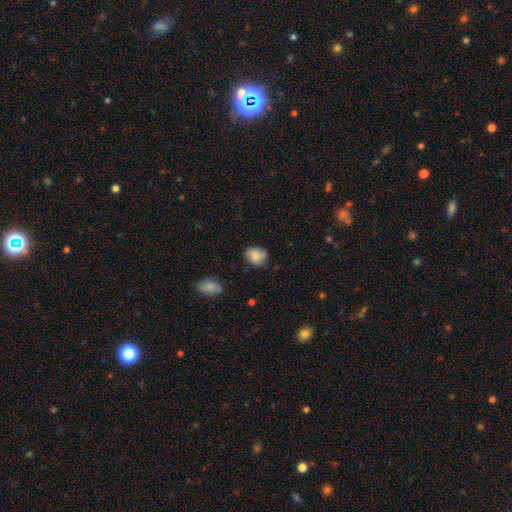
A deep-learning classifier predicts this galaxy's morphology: This is clearly a smooth galaxy (81%). How rounded: possibly round (51%). Merging: likely none (66%).